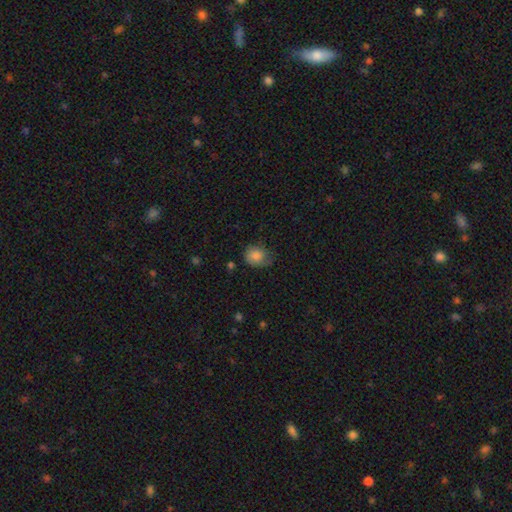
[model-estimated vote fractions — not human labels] Overall: smooth (81%). How rounded: round (64%; in between 35%). Merging: none (54%; minor disturbance 34%).